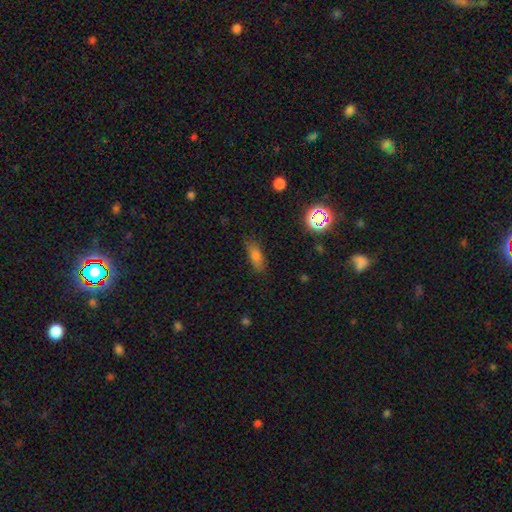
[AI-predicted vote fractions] Morphology: type=smooth (75%); roundness=in between (71%); merging=none (77%).